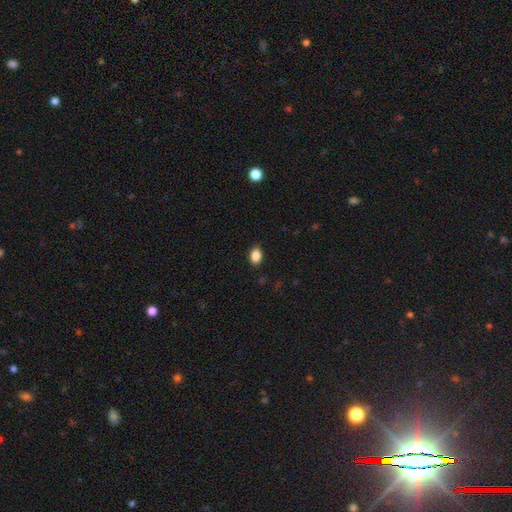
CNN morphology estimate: smooth 88%, star or artifact 9%, featured or disk 3%. Down the decision tree: how rounded — in between (84%); merging — none (88%).